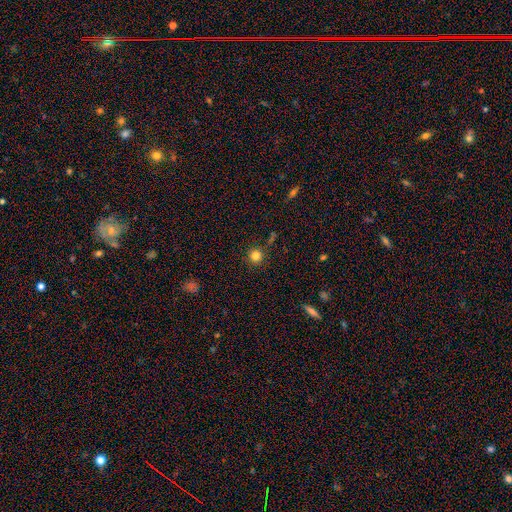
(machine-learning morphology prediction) A smooth galaxy with no disk features (81%) that is round (95%).

Vote fractions:
- Smooth or featured? smooth: 81% / star or artifact: 13% / featured or disk: 6%
- How rounded? round: 95% / in between: 4% / cigar-shaped: 1%
- Merging? none: 88% / minor disturbance: 7% / major disturbance: 3% / merger: 2%